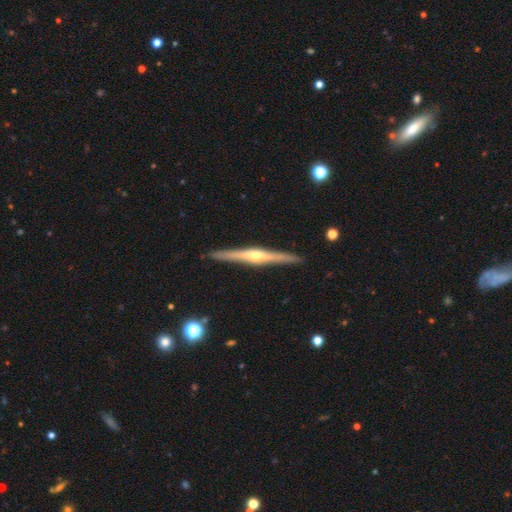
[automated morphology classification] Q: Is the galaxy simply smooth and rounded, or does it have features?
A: featured or disk — 82%.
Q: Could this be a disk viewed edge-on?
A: yes — 98%.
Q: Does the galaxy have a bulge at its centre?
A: rounded — 87%.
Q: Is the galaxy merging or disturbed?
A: none — 92%.